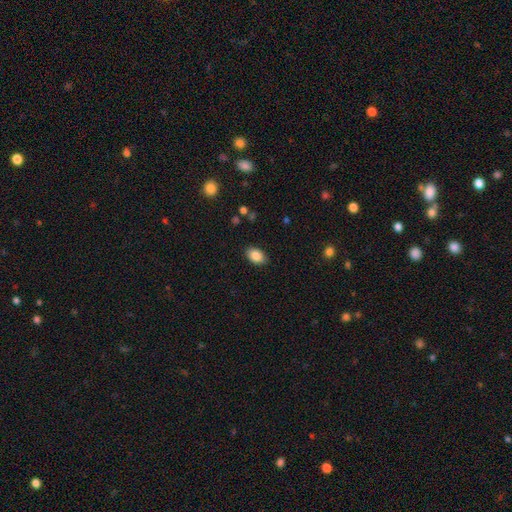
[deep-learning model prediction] Smooth or featured?
  - smooth: 87% *
  - star or artifact: 8%
  - featured or disk: 6%
How rounded?
  - in between: 88% *
  - round: 11%
  - cigar-shaped: 1%
Merging?
  - none: 88% *
  - minor disturbance: 9%
  - major disturbance: 2%
  - merger: 1%